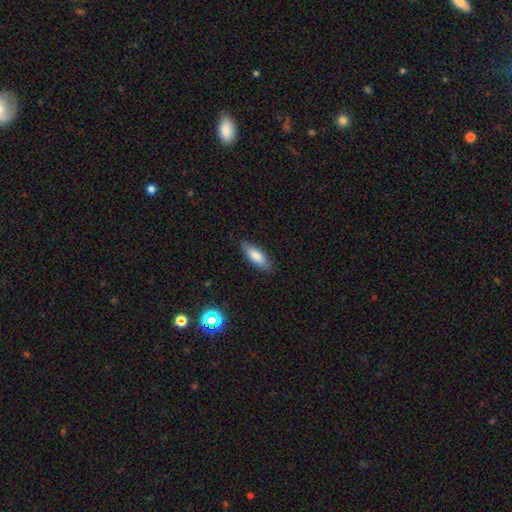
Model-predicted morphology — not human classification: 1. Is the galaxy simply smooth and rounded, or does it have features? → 78% smooth, 15% featured or disk, 7% star or artifact.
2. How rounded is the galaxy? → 61% in between, 38% cigar-shaped, 2% round.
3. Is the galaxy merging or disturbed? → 84% none, 12% minor disturbance, 2% major disturbance, 1% merger.